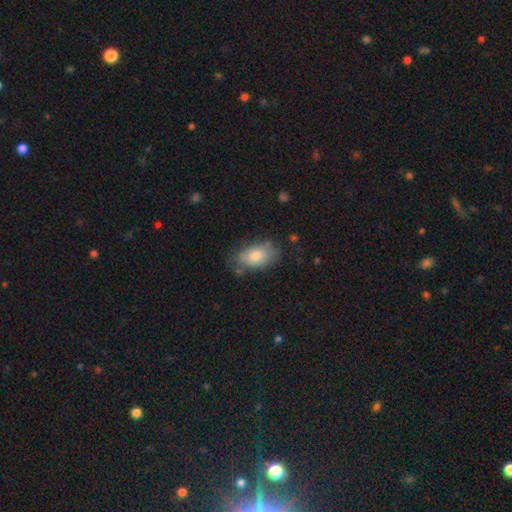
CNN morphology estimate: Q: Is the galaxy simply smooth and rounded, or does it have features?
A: smooth — 77%.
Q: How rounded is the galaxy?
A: in between — 89%.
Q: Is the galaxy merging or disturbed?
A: none — 66%.